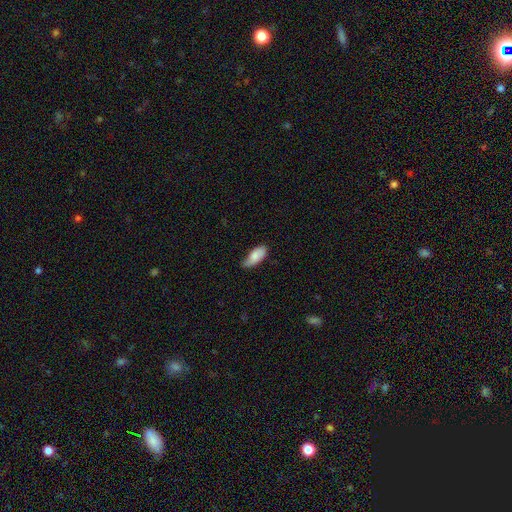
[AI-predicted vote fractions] Smooth or featured? smooth (80%)
How rounded? in between (87%)
Merging? none (59%)